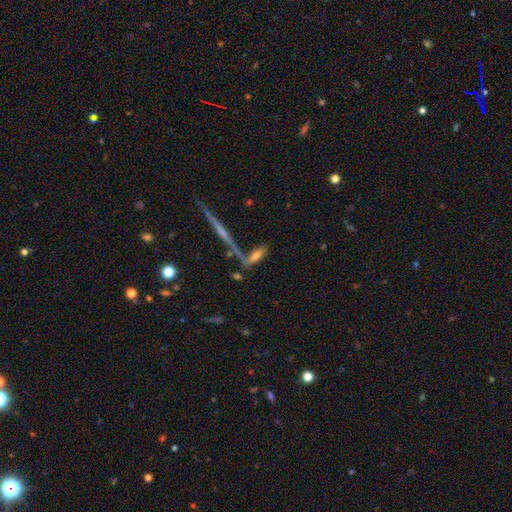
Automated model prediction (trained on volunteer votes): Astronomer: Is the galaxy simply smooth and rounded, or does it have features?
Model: smooth — 56% (runner-up: featured or disk, 33%).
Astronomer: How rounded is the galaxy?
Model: in between — 49% (runner-up: cigar-shaped, 47%).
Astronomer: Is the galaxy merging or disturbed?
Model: none — 46% (runner-up: merger, 28%).